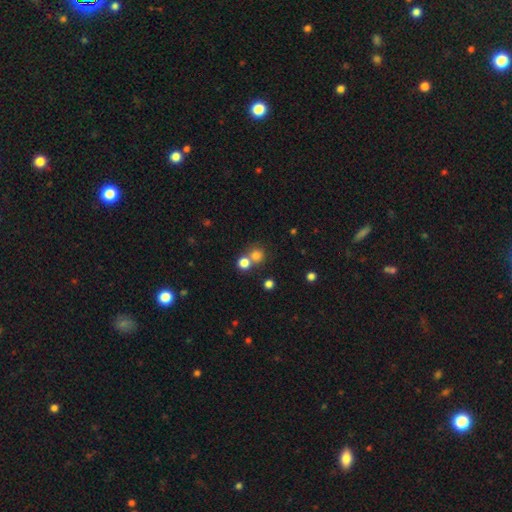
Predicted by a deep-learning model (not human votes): smooth 76%, star or artifact 16%, featured or disk 8%. Down the decision tree: how rounded — round (89%); merging — none (55%).